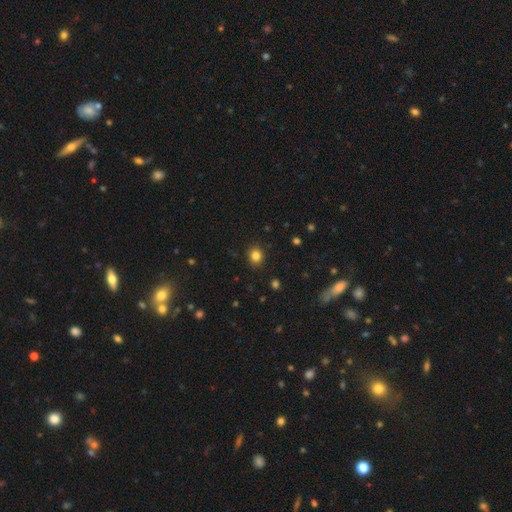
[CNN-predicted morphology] Smooth or featured: smooth — 83% (star or artifact — 12%)
How rounded: round — 74% (in between — 25%)
Merging: none — 90% (minor disturbance — 7%)